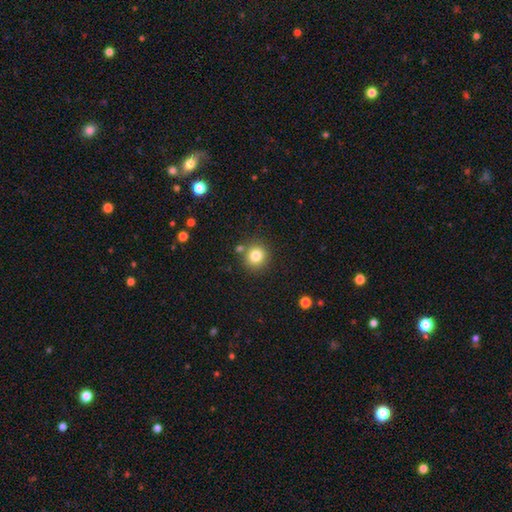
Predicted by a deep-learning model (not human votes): Smooth or featured: smooth — 82% (star or artifact — 12%)
How rounded: round — 91% (in between — 8%)
Merging: none — 82% (minor disturbance — 8%)